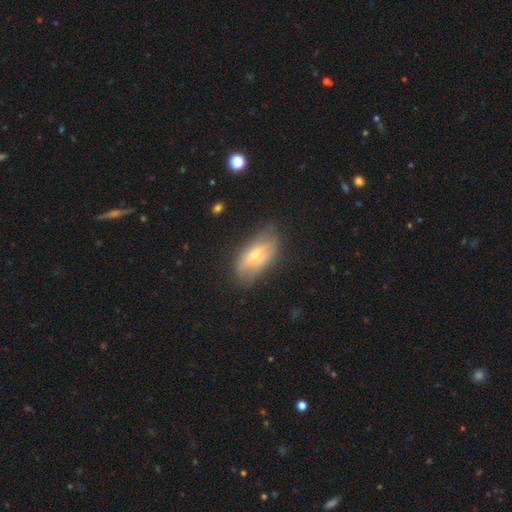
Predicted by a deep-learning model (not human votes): A featured or disk galaxy (46%, tied with smooth). Merging: none (68%).